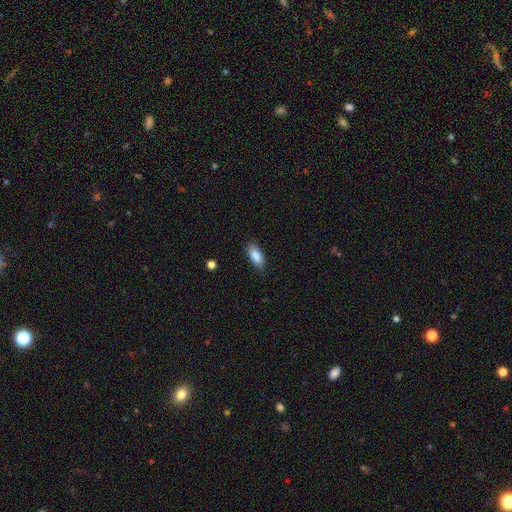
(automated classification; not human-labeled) smooth_or_featured: smooth (p=0.85) [alt: featured or disk p=0.08]
how_rounded: in between (p=0.83) [alt: cigar-shaped p=0.14]
merging: none (p=0.84) [alt: minor disturbance p=0.12]